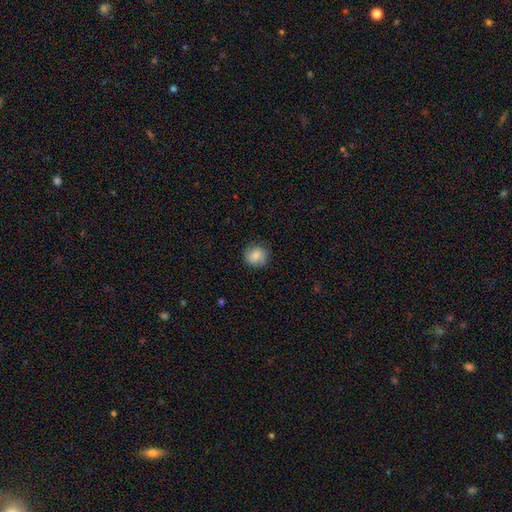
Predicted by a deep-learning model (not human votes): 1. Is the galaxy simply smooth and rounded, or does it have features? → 80% smooth, 12% featured or disk, 8% star or artifact.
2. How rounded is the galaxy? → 89% round, 10% in between, 1% cigar-shaped.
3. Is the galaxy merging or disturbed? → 84% none, 12% minor disturbance, 3% major disturbance, 1% merger.